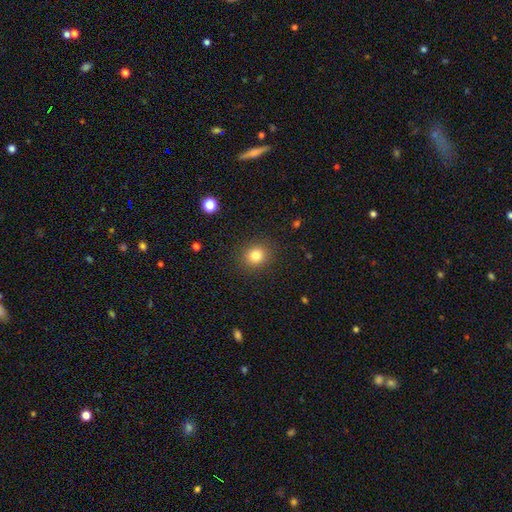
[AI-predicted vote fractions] Smooth or featured? smooth (82%)
How rounded? round (83%)
Merging? none (89%)